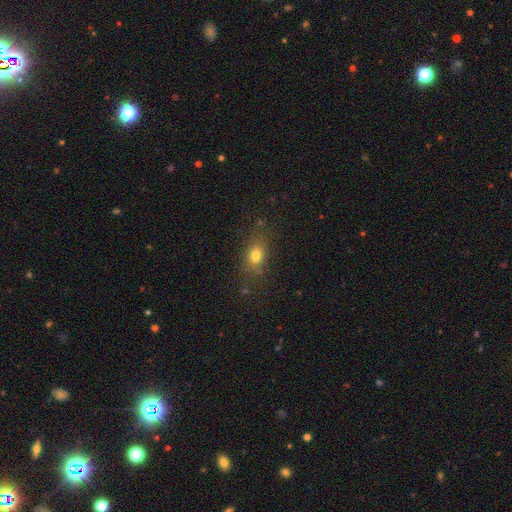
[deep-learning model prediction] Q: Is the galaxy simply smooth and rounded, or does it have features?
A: smooth — 75%.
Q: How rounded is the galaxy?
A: in between — 69%.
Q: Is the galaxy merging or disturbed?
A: none — 72%.